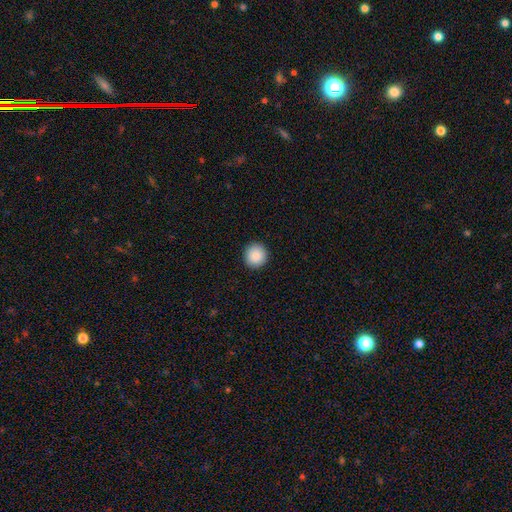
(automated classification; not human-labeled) Overall: smooth (89%). How rounded: round (94%). Merging: none (93%).